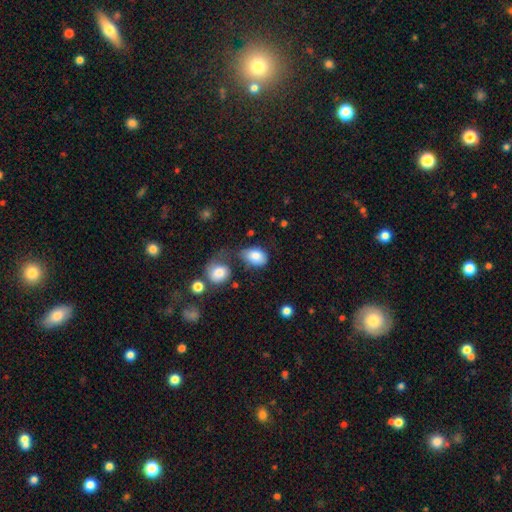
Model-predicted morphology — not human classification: smooth 82%, featured or disk 10%, star or artifact 7%. Down the decision tree: how rounded — in between (80%); merging — none (43%).